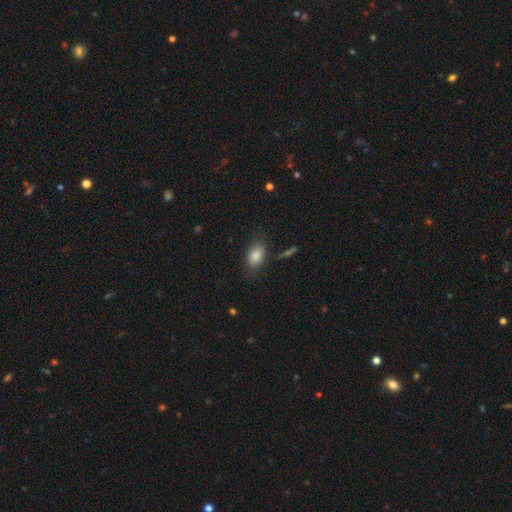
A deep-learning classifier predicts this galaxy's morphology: Q: Smooth or featured?
A: smooth (84%); runner-up: star or artifact (8%)
Q: How rounded?
A: in between (85%); runner-up: round (13%)
Q: Merging?
A: none (77%); runner-up: minor disturbance (16%)